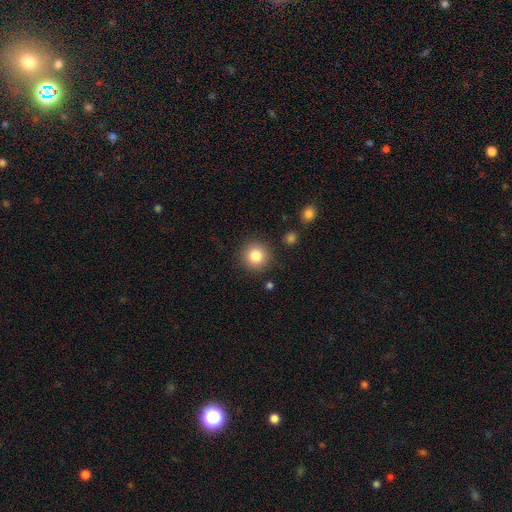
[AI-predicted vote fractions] Smooth or featured? smooth (83%)
How rounded? round (94%)
Merging? none (88%)